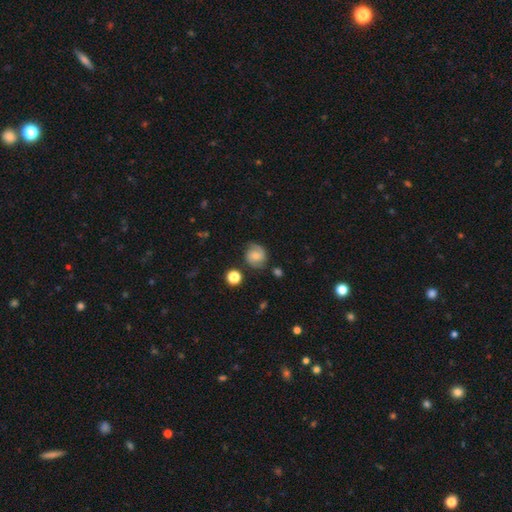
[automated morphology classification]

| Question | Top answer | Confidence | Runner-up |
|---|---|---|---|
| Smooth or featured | featured or disk | 60% | smooth (31%) |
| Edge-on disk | no | 98% | yes (2%) |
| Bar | no | 51% | weak (40%) |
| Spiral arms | yes | 93% | no (7%) |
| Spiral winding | medium | 47% | tight (36%) |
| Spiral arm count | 2 | 85% | can't tell (8%) |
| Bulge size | small | 43% | moderate (41%) |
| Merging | none | 76% | minor disturbance (16%) |